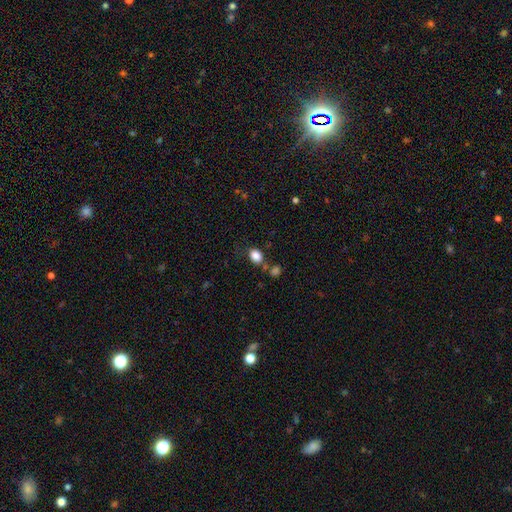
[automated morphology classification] A smooth galaxy with no disk features (84%) that is in between round and cigar-shaped (67%). Merging: none (64%).